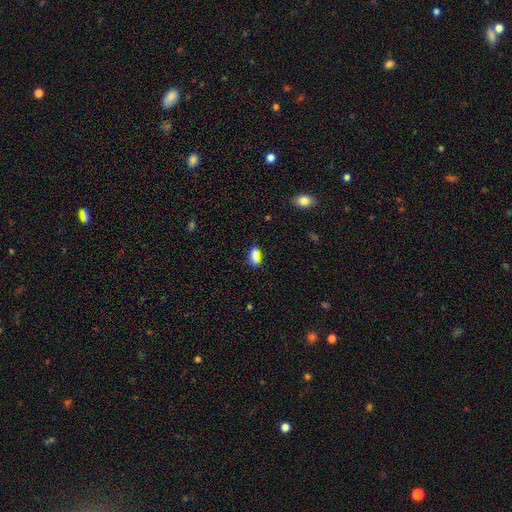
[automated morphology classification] Smooth or featured: smooth — 78% (star or artifact — 13%)
How rounded: in between — 68% (cigar-shaped — 27%)
Merging: none — 81% (minor disturbance — 13%)